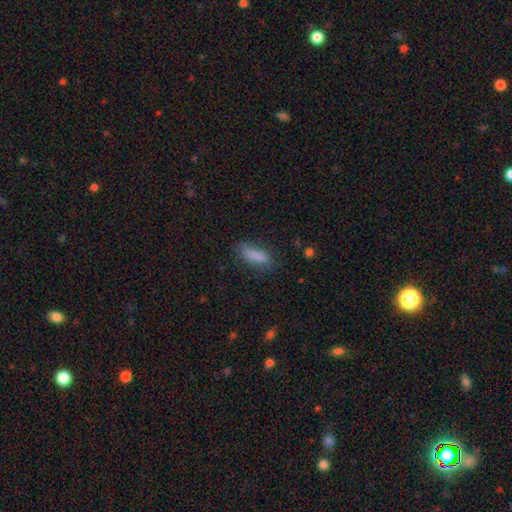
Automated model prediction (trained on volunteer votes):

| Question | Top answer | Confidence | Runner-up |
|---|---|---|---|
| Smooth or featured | smooth | 84% | star or artifact (8%) |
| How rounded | in between | 61% | cigar-shaped (37%) |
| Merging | none | 72% | minor disturbance (20%) |